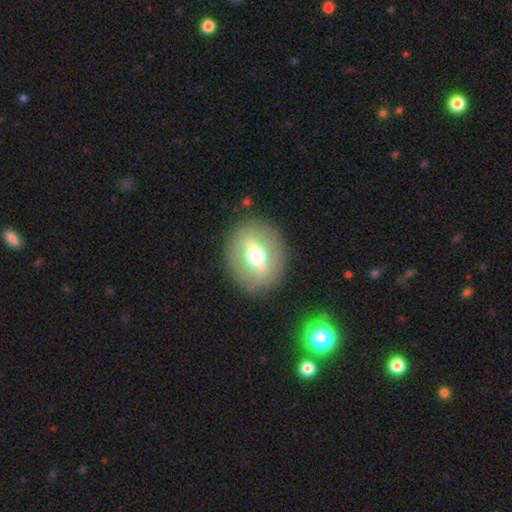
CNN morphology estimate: smooth-or-featured: featured or disk: 50% | smooth: 41% | star or artifact: 9%
  disk-edge-on: no: 73% | yes: 27%
  merging: none: 86% | minor disturbance: 8% | major disturbance: 4% | merger: 1%